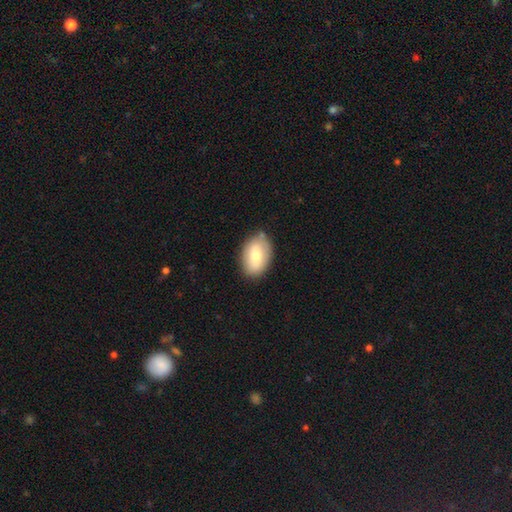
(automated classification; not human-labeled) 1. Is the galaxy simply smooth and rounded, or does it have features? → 70% smooth, 23% featured or disk, 7% star or artifact.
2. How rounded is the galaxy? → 87% in between, 11% round, 1% cigar-shaped.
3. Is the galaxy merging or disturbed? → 81% none, 14% minor disturbance, 3% major disturbance, 2% merger.